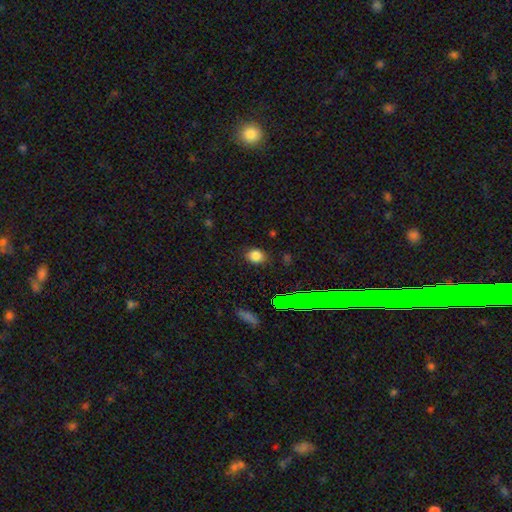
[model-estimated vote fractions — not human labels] Smooth or featured? Predicted: smooth (p=0.82). How rounded? Predicted: in between (p=0.51). Merging? Predicted: none (p=0.84).